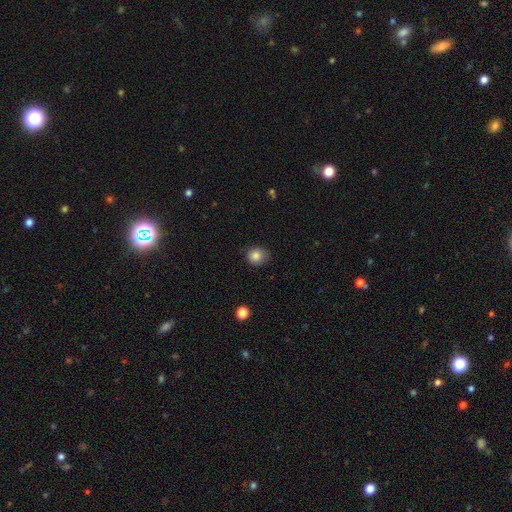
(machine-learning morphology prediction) Smooth or featured?
  - smooth: 83% *
  - star or artifact: 10%
  - featured or disk: 6%
How rounded?
  - round: 77% *
  - in between: 22%
  - cigar-shaped: 1%
Merging?
  - none: 77% *
  - minor disturbance: 19%
  - major disturbance: 3%
  - merger: 1%